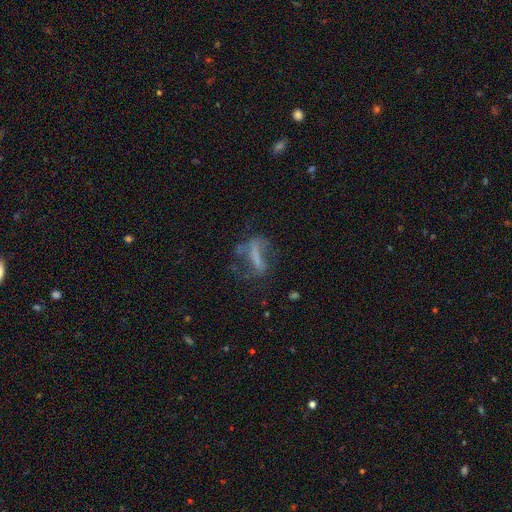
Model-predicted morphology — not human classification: Overall: featured or disk (50%; smooth 34%). Merging: none (40%; major disturbance 33%).